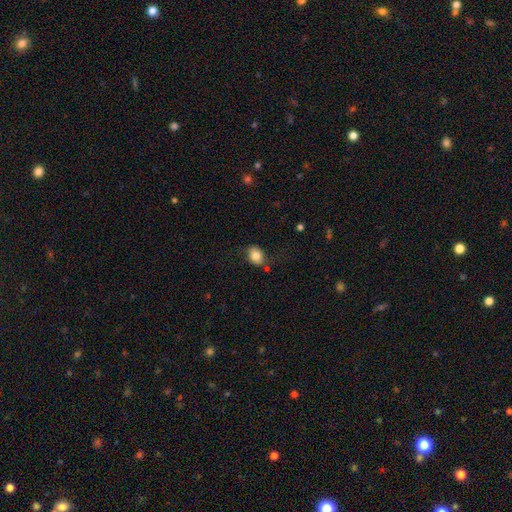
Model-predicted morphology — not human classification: This is clearly a smooth galaxy (81%). How rounded: likely in between (65%). Merging: likely none (73%).